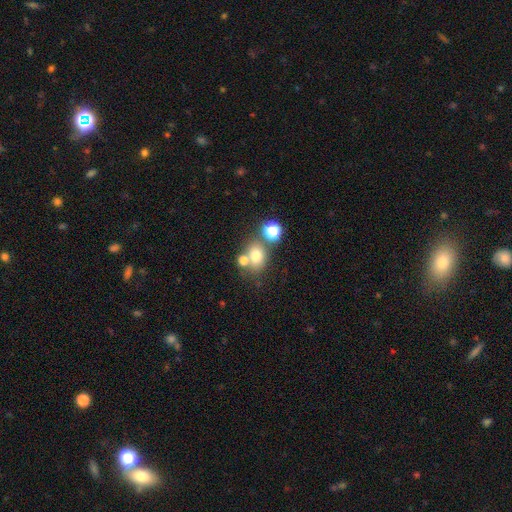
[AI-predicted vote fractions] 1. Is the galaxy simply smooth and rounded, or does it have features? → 71% smooth, 15% star or artifact, 13% featured or disk.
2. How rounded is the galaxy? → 52% round, 46% in between, 1% cigar-shaped.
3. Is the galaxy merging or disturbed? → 57% none, 27% merger, 11% minor disturbance, 5% major disturbance.